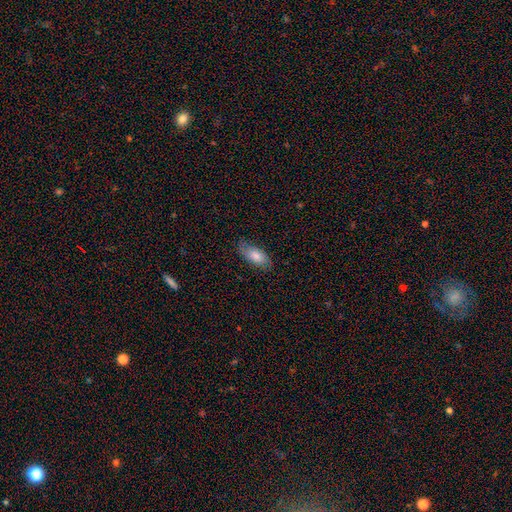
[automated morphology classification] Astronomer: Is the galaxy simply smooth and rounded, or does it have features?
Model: smooth — 74%.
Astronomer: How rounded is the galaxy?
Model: in between — 86%.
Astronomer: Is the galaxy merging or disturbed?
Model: none — 77%.